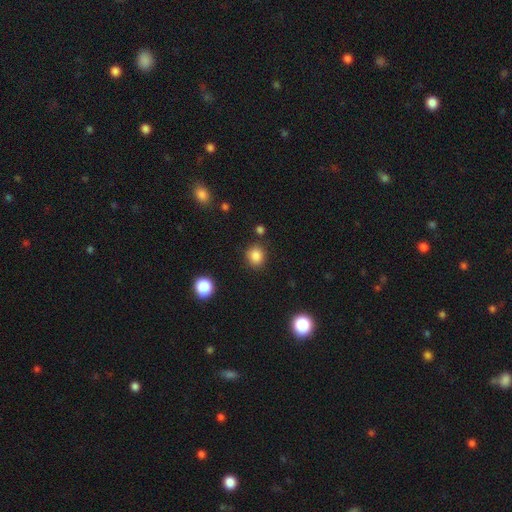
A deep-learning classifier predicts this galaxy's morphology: A smooth galaxy with no disk features (85%) that is round (72%). Merging: none (84%).